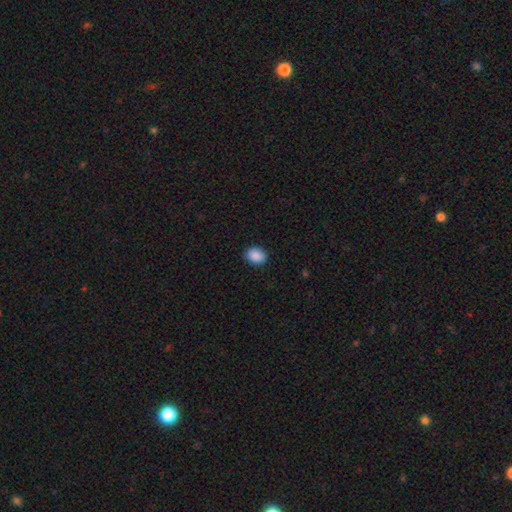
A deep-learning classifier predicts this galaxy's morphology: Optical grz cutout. It shows a smooth galaxy with no disk features (90%) that is in between round and cigar-shaped (61%). Merging: none (89%).